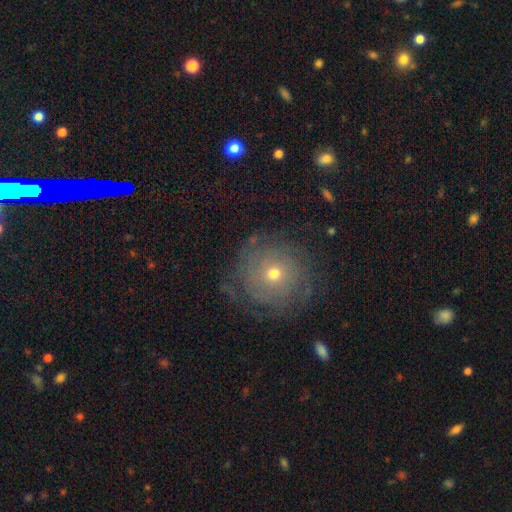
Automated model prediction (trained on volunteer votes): A featured or disk galaxy (58%) with no bar (85%), spiral arms (83%) and a small central bulge (52%). Merging: none (79%).